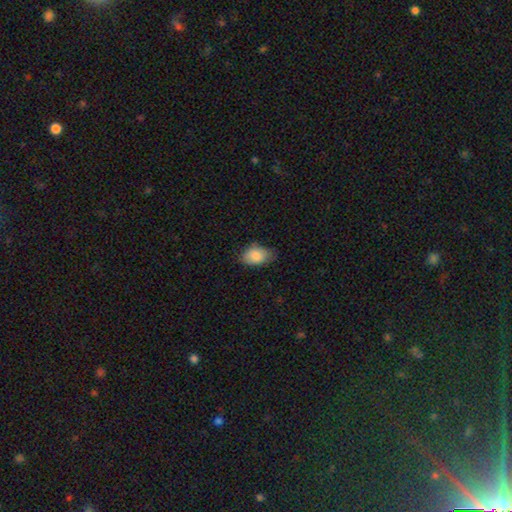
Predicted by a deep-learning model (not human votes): Smooth or featured? Predicted: smooth (p=0.85). How rounded? Predicted: in between (p=0.87). Merging? Predicted: none (p=0.69).